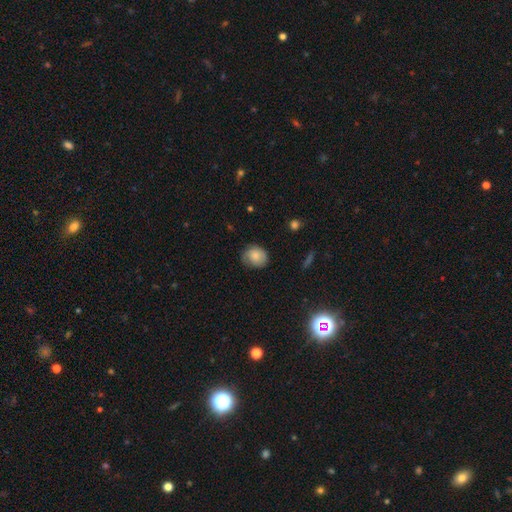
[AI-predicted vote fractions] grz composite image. It shows a smooth galaxy with no disk features (77%) that is round (66%). Merging: none (63%).